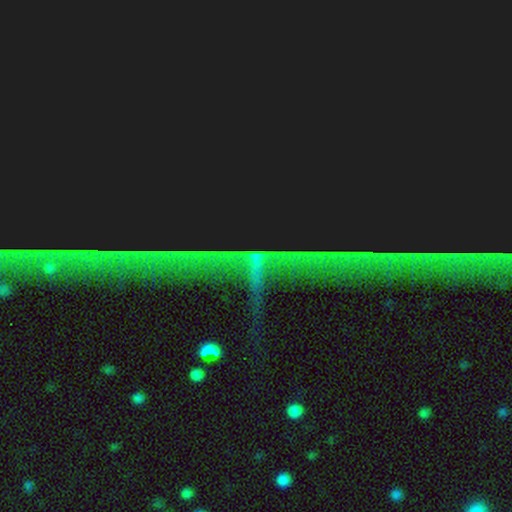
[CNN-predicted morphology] Q: Smooth or featured?
A: star or artifact (68%); runner-up: featured or disk (19%)